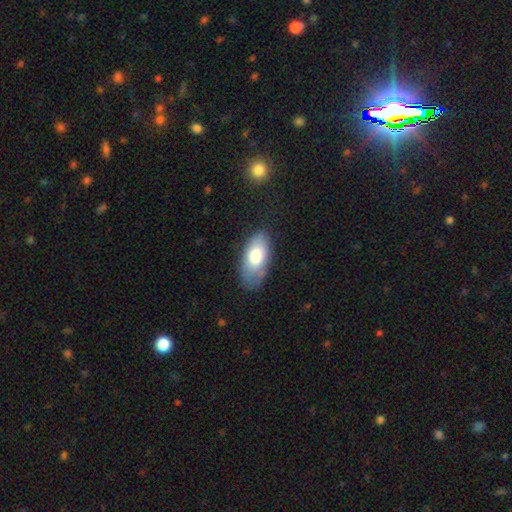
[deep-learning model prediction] Smooth or featured: smooth — 73% (featured or disk — 20%)
How rounded: in between — 92% (cigar-shaped — 5%)
Merging: none — 65% (minor disturbance — 25%)